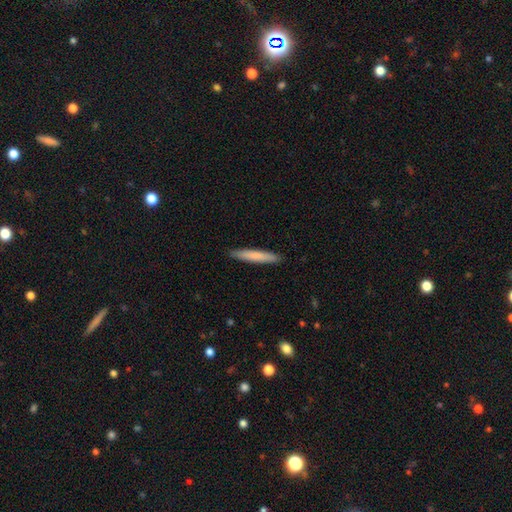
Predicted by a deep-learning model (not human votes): A smooth galaxy with no disk features (75%) that is cigar-shaped (94%). Merging: none (91%).